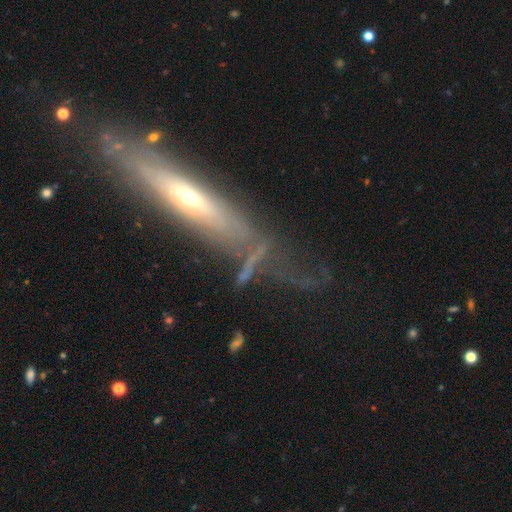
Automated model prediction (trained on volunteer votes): Smooth or featured?
  - featured or disk: 55% *
  - smooth: 29%
  - star or artifact: 17%
Edge-on disk?
  - no: 55% *
  - yes: 45%
Merging?
  - none: 41% *
  - major disturbance: 27%
  - merger: 16%
  - minor disturbance: 16%